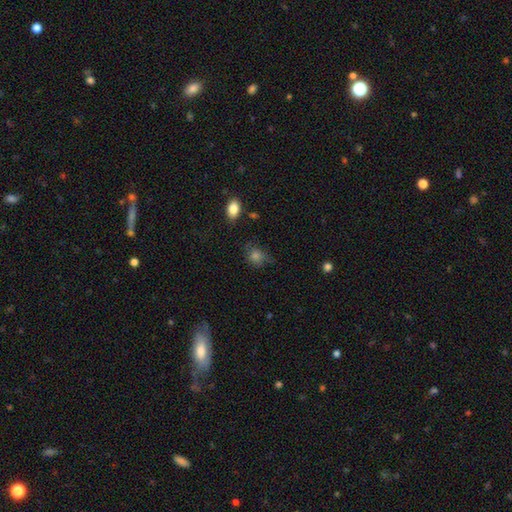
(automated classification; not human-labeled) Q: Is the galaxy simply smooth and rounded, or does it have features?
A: smooth — 71%.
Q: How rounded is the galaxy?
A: round — 58%.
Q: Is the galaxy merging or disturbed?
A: none — 57%.